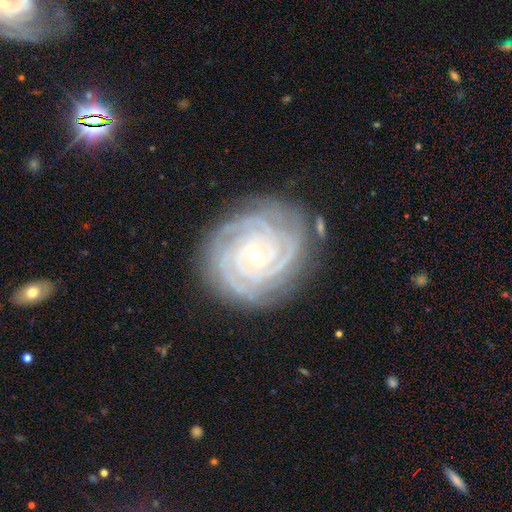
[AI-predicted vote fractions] A featured or disk galaxy (92%) with no bar (50%), 4 (28%) tight (88%) spiral arms (99%) and a small central bulge (58%). Merging: none (82%).